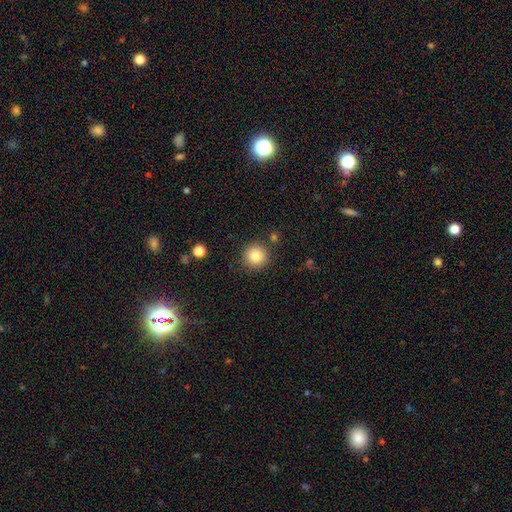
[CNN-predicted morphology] The model was most divided on "smooth or featured": smooth: 83%, star or artifact: 10%, featured or disk: 7%. More confident: how rounded — round (95%); merging — none (86%).